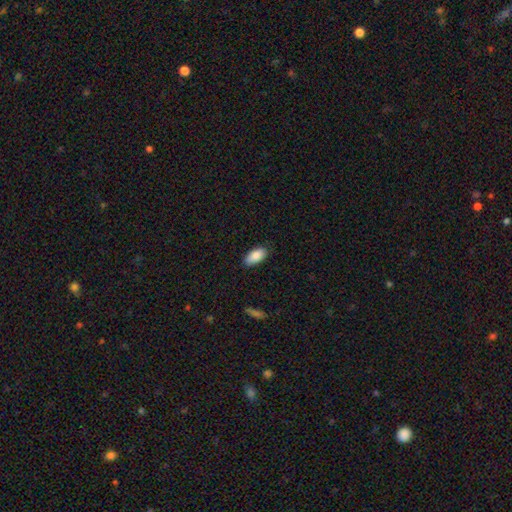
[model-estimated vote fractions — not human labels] smooth-or-featured: smooth: 88% | star or artifact: 7% | featured or disk: 6%
  how-rounded: in between: 92% | cigar-shaped: 6% | round: 2%
  merging: none: 83% | minor disturbance: 13% | major disturbance: 2% | merger: 1%